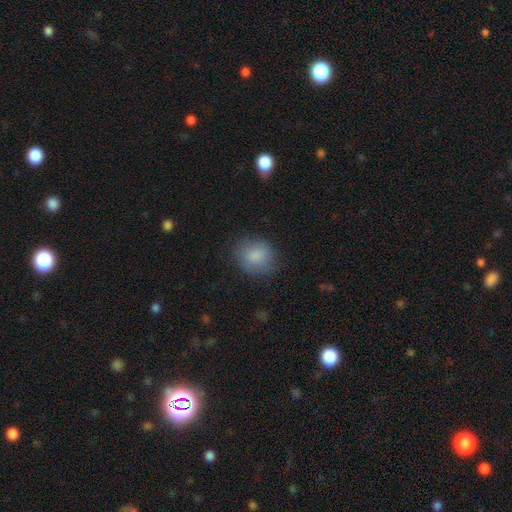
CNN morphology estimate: Overall: smooth (85%). How rounded: round (71%). Merging: none (77%).